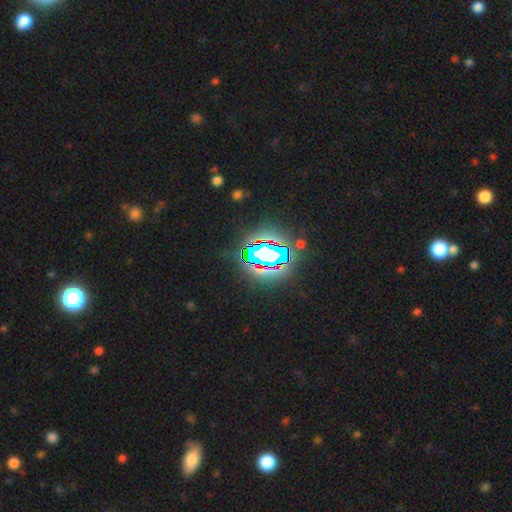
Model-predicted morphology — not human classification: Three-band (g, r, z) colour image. It shows a star or artifact, not a galaxy (74%).